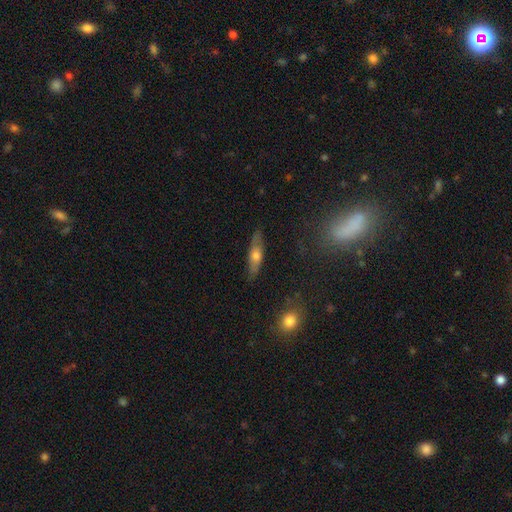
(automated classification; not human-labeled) Overall: smooth (47%; featured or disk 45%). Merging: none (82%).